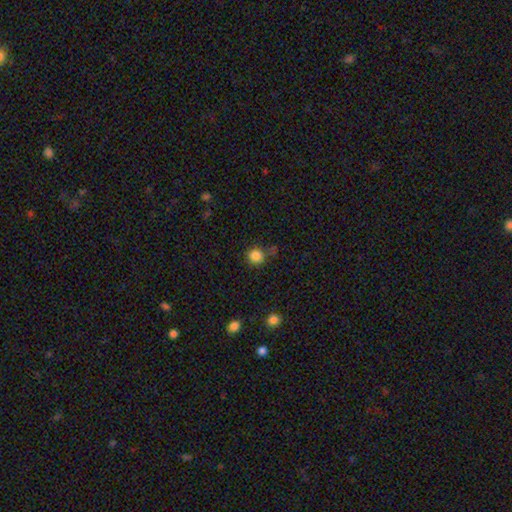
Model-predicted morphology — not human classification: smooth-or-featured: smooth: 84% | star or artifact: 12% | featured or disk: 4%
  how-rounded: round: 90% | in between: 9% | cigar-shaped: 1%
  merging: none: 74% | minor disturbance: 15% | merger: 7% | major disturbance: 5%